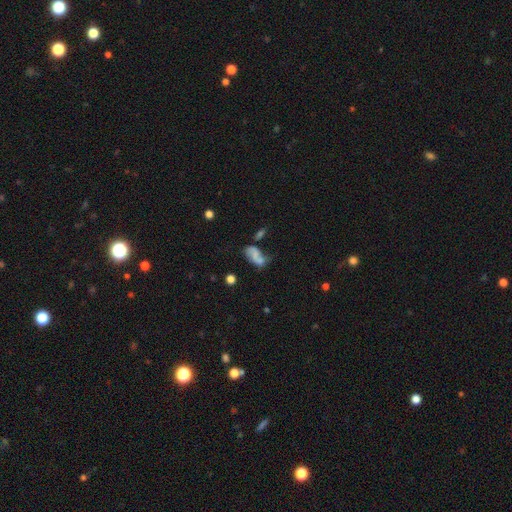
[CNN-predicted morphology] Smooth or featured? Predicted: smooth (p=0.53). How rounded? Predicted: in between (p=0.87). Merging? Predicted: merger (p=0.31).